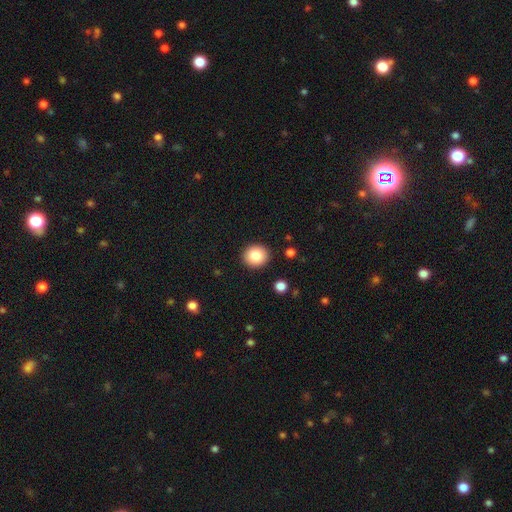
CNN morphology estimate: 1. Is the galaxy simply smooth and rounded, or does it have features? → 84% smooth, 9% star or artifact, 7% featured or disk.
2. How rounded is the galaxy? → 85% round, 14% in between, 1% cigar-shaped.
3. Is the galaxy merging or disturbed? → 91% none, 6% minor disturbance, 2% major disturbance, 1% merger.